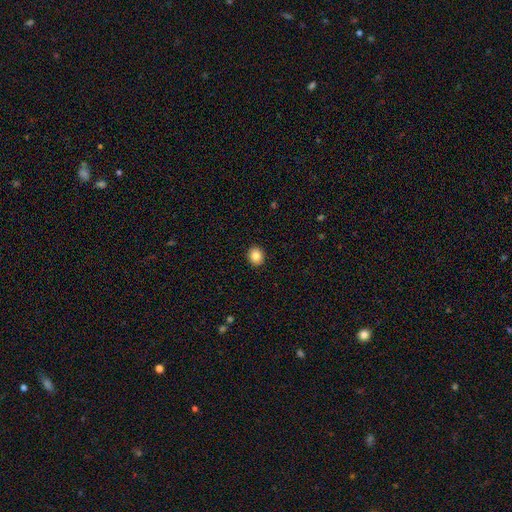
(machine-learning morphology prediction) smooth_or_featured: smooth (p=0.86) [alt: star or artifact p=0.10]
how_rounded: round (p=0.75) [alt: in between p=0.25]
merging: none (p=0.92) [alt: minor disturbance p=0.05]